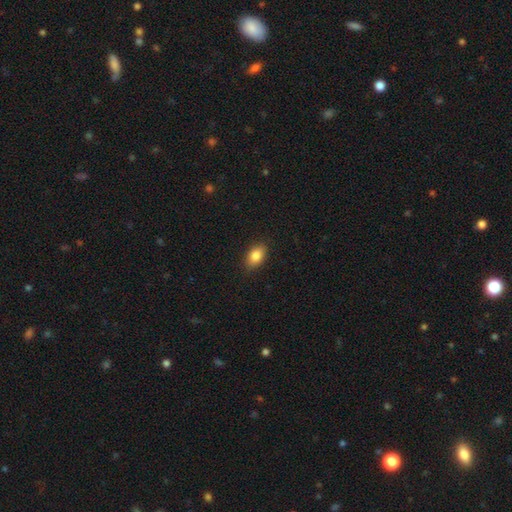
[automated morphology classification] Smooth or featured?
  - smooth: 85% *
  - star or artifact: 8%
  - featured or disk: 7%
How rounded?
  - in between: 86% *
  - round: 11%
  - cigar-shaped: 2%
Merging?
  - none: 88% *
  - minor disturbance: 9%
  - major disturbance: 2%
  - merger: 1%